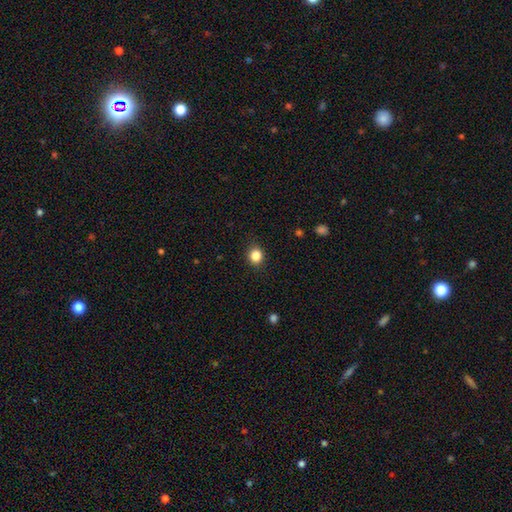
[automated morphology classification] smooth_or_featured: smooth (p=0.85) [alt: star or artifact p=0.11]
how_rounded: round (p=0.77) [alt: in between p=0.22]
merging: none (p=0.89) [alt: minor disturbance p=0.07]